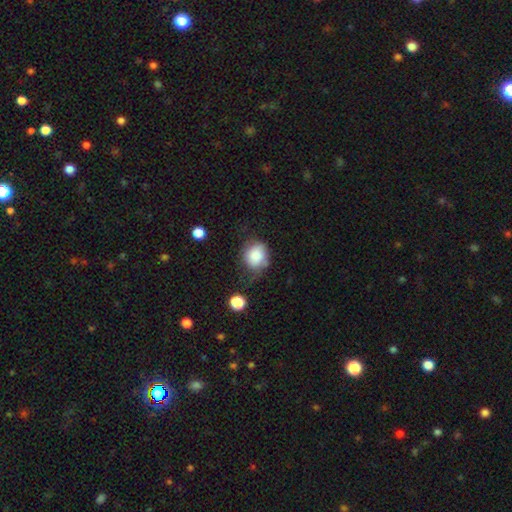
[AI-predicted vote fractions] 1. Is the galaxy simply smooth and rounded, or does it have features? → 79% smooth, 12% featured or disk, 9% star or artifact.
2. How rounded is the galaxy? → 65% round, 34% in between, 1% cigar-shaped.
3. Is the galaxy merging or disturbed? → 48% none, 33% minor disturbance, 14% major disturbance, 5% merger.